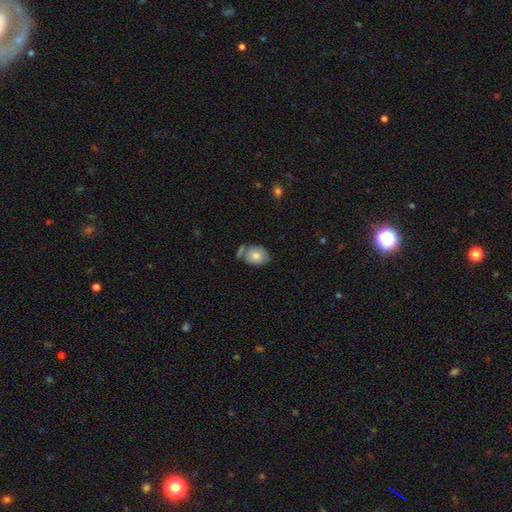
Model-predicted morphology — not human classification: Smooth or featured: smooth — 76% (featured or disk — 16%)
How rounded: in between — 57% (round — 42%)
Merging: none — 54% (minor disturbance — 23%)